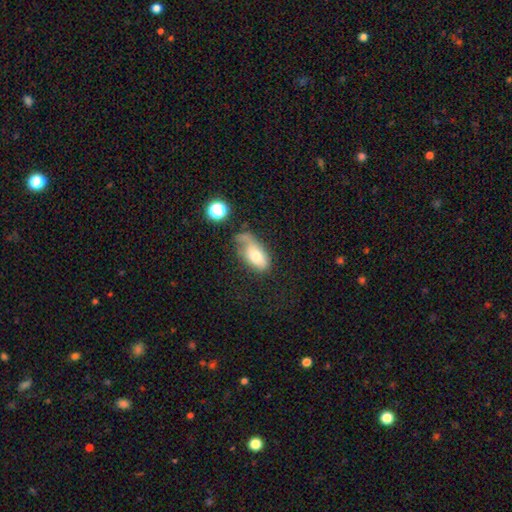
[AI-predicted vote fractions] A smooth galaxy with no disk features (67%) that is in between round and cigar-shaped (89%).

Vote fractions:
- Smooth or featured? smooth: 67% / featured or disk: 24% / star or artifact: 9%
- How rounded? in between: 89% / round: 6% / cigar-shaped: 6%
- Merging? major disturbance: 30% (tied) / none: 30% (tied) / minor disturbance: 28% / merger: 12%